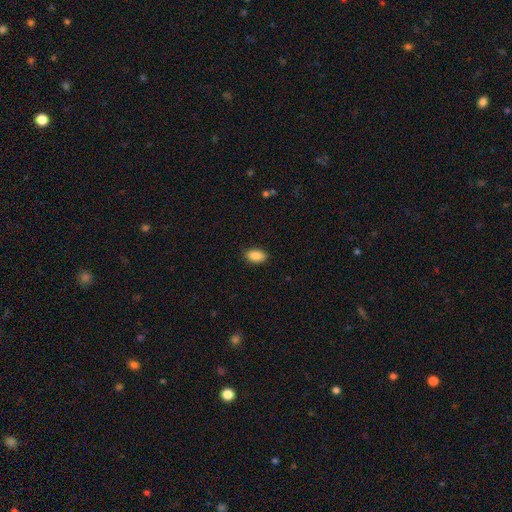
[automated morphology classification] Overall: smooth (89%). How rounded: in between (92%). Merging: none (88%).